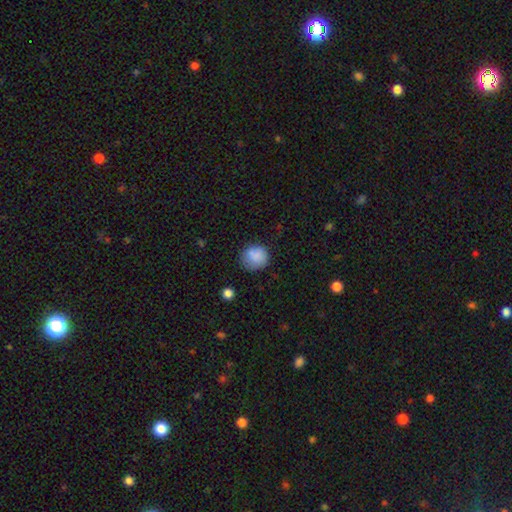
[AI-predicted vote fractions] Smooth or featured: smooth — 85% (star or artifact — 8%)
How rounded: round — 84% (in between — 15%)
Merging: none — 69% (minor disturbance — 23%)